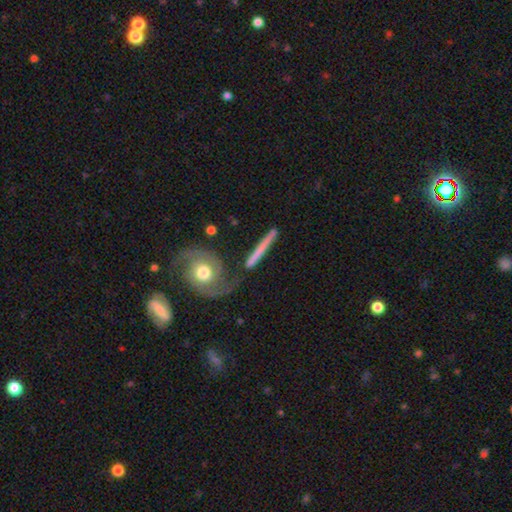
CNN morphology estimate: This is possibly a featured or disk galaxy (58%). It is likely viewed edge-on (71%). Merging: likely none (77%).